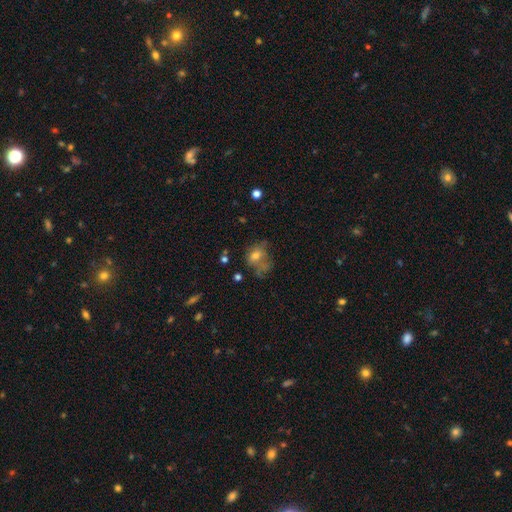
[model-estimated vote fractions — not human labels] Overall: smooth (51%; featured or disk 31%). How rounded: in between (52%; round 46%). Merging: none (38%; major disturbance 30%).